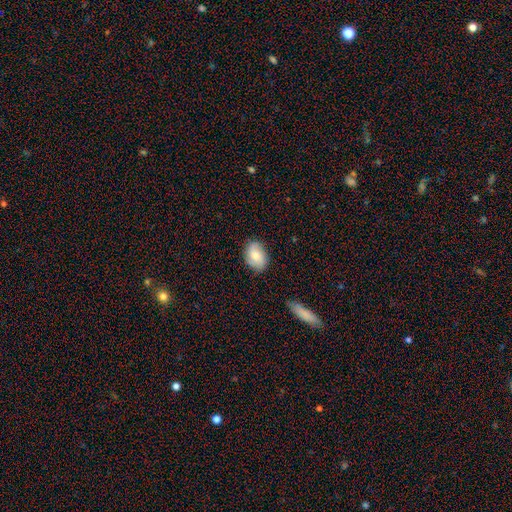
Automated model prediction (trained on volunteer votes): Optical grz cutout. It shows a smooth galaxy with no disk features (73%) that is in between round and cigar-shaped (78%). Merging: none (78%).